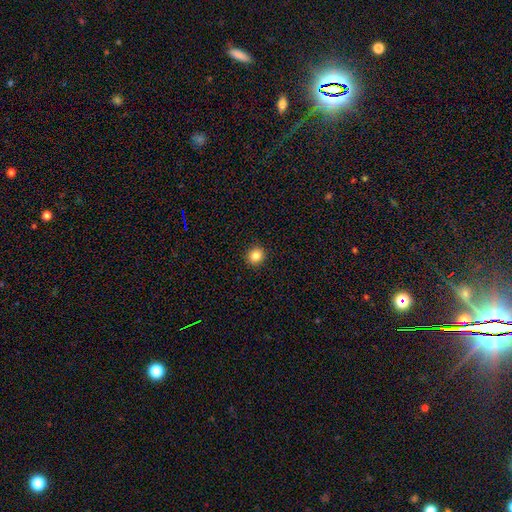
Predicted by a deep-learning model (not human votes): Smooth or featured? Predicted: smooth (p=0.84). How rounded? Predicted: round (p=0.89). Merging? Predicted: none (p=0.92).